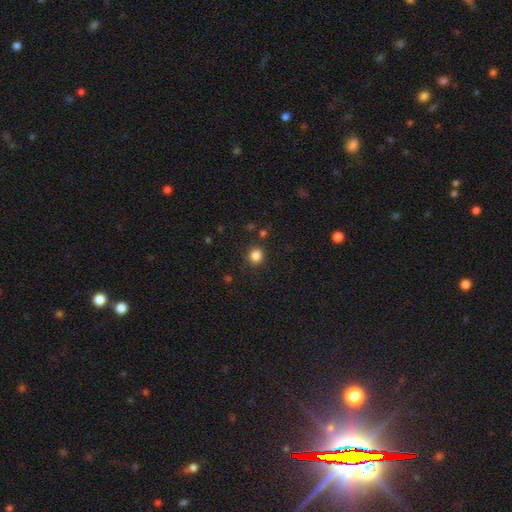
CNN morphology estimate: This appears to be a smooth galaxy with no disk features (84%) that is round (89%). Merging: none (88%).